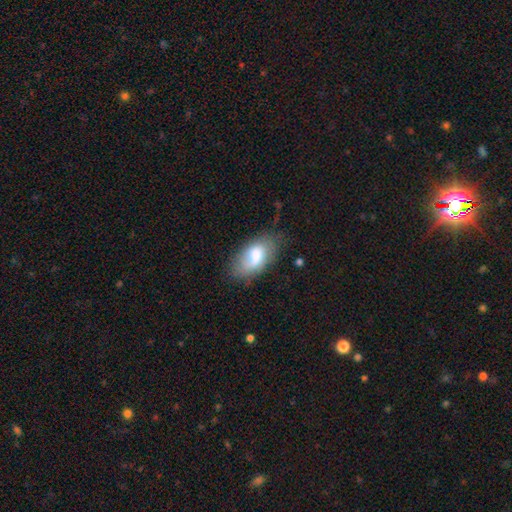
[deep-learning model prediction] smooth_or_featured: smooth (p=0.69) [alt: featured or disk p=0.24]
how_rounded: in between (p=0.93) [alt: round p=0.04]
merging: none (p=0.61) [alt: minor disturbance p=0.26]